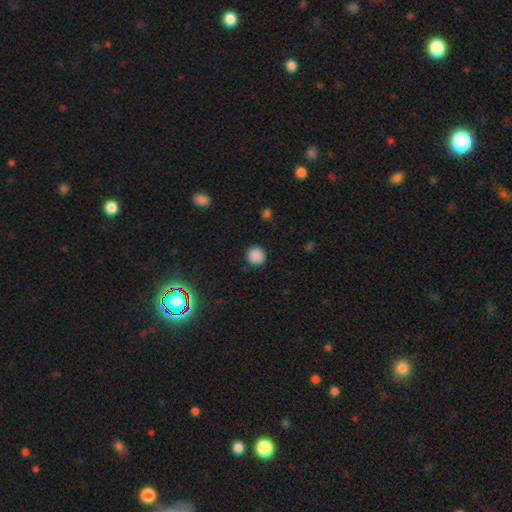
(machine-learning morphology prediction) smooth-or-featured: smooth: 86% | star or artifact: 11% | featured or disk: 3%
  how-rounded: round: 94% | in between: 5% | cigar-shaped: 1%
  merging: none: 91% | minor disturbance: 6% | major disturbance: 2% | merger: 1%